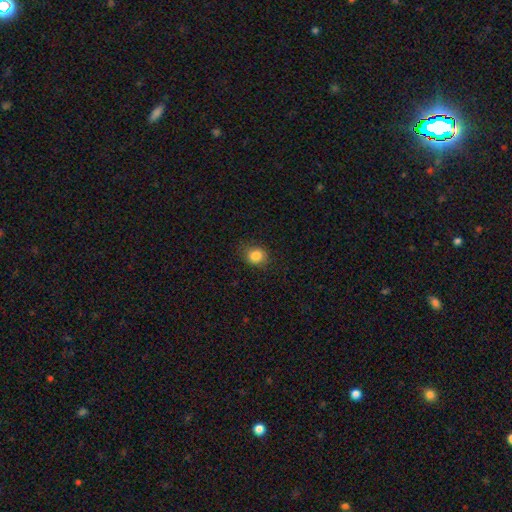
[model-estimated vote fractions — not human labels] Smooth or featured?
  - smooth: 84% *
  - star or artifact: 11%
  - featured or disk: 5%
How rounded?
  - round: 71% *
  - in between: 28%
  - cigar-shaped: 1%
Merging?
  - none: 78% *
  - minor disturbance: 17%
  - major disturbance: 4%
  - merger: 1%